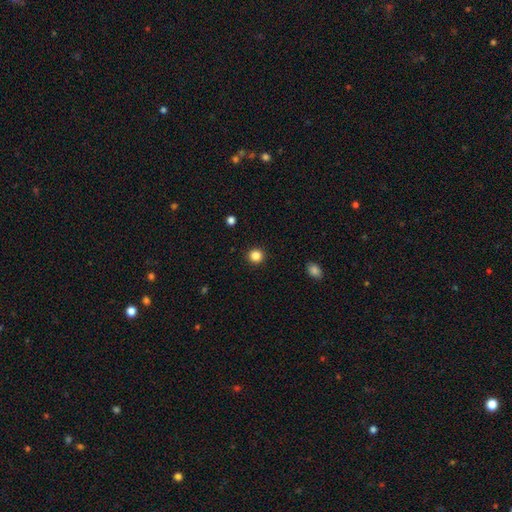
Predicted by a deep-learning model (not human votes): A smooth galaxy with no disk features (86%) that is round (93%). Merging: none (92%).